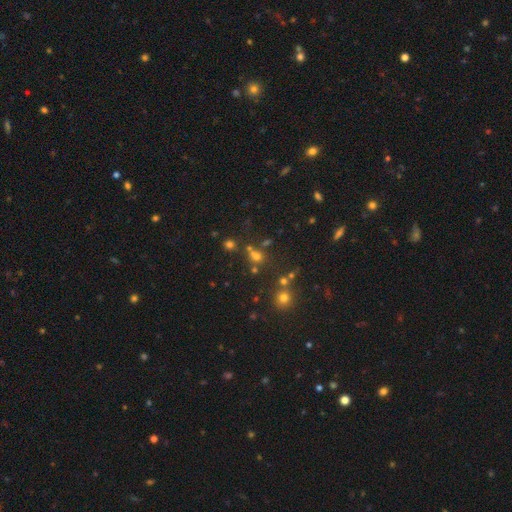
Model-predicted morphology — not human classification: Smooth or featured? smooth (48%)
Merging? none (61%)